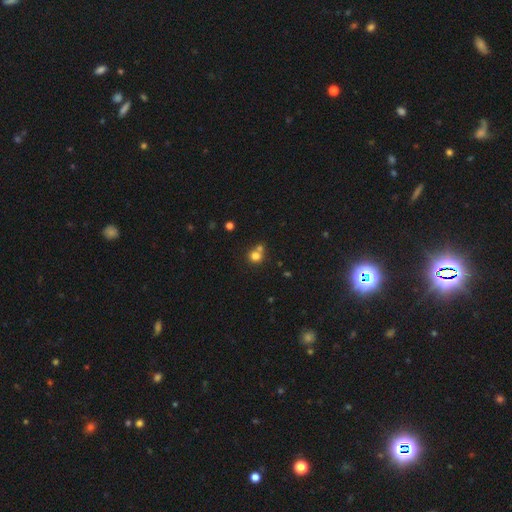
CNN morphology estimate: smooth-or-featured: smooth: 77% | star or artifact: 14% | featured or disk: 9%
  how-rounded: round: 84% | in between: 15% | cigar-shaped: 1%
  merging: none: 47% | merger: 41% | minor disturbance: 8% | major disturbance: 4%